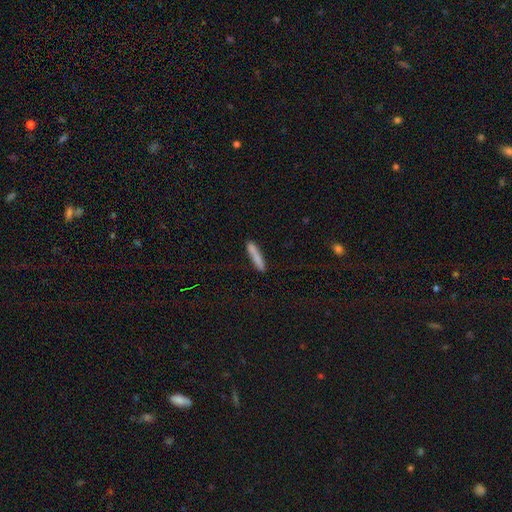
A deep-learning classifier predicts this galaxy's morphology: Overall: smooth (82%). How rounded: cigar-shaped (94%). Merging: none (87%).